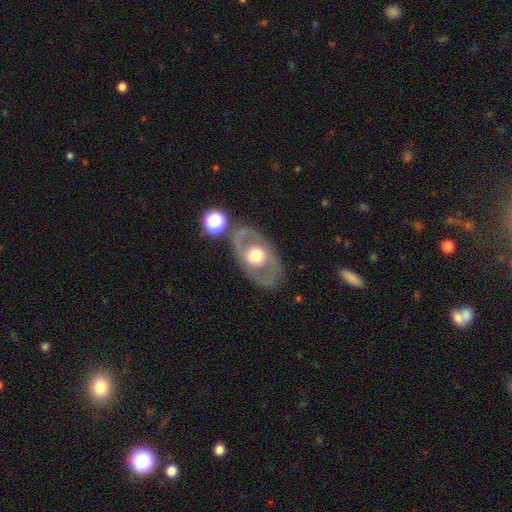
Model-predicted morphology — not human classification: Smooth or featured: featured or disk — 63% (smooth — 31%)
Edge-on disk: no — 90% (yes — 10%)
Bar: no — 82% (weak — 13%)
Spiral arms: no — 70% (yes — 30%)
Bulge size: moderate — 55% (large — 35%)
Merging: none — 79% (minor disturbance — 11%)